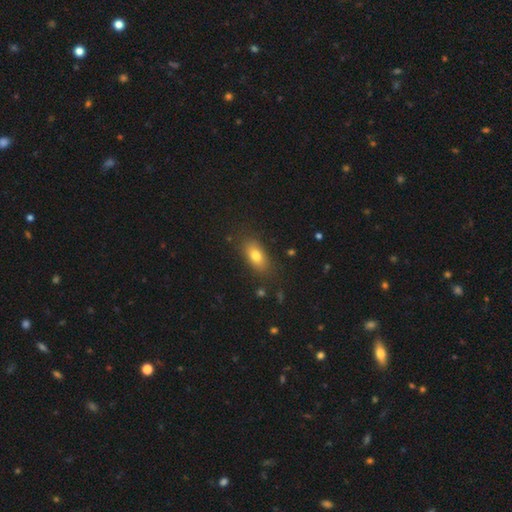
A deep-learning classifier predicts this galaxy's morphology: This is likely a smooth galaxy (77%). How rounded: clearly in between (85%). Merging: clearly none (82%).